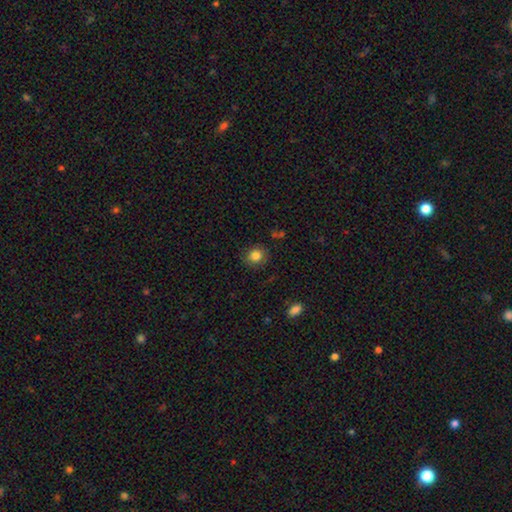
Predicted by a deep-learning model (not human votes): The model was most divided on "how rounded": round: 80%, in between: 19%, cigar-shaped: 1%. More confident: merging — none (86%); smooth or featured — smooth (83%).